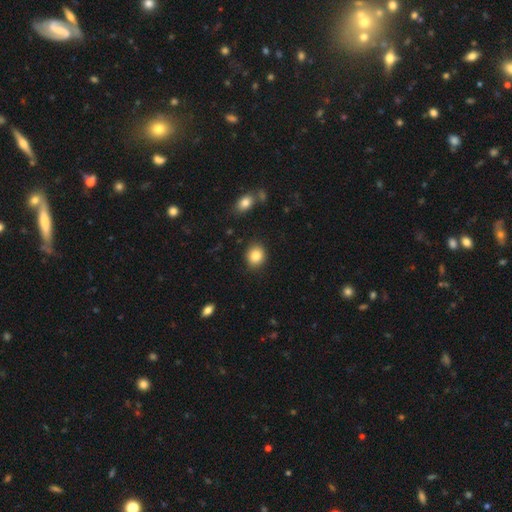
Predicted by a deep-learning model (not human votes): smooth_or_featured: smooth (p=0.85) [alt: star or artifact p=0.09]
how_rounded: round (p=0.71) [alt: in between p=0.28]
merging: none (p=0.88) [alt: minor disturbance p=0.08]